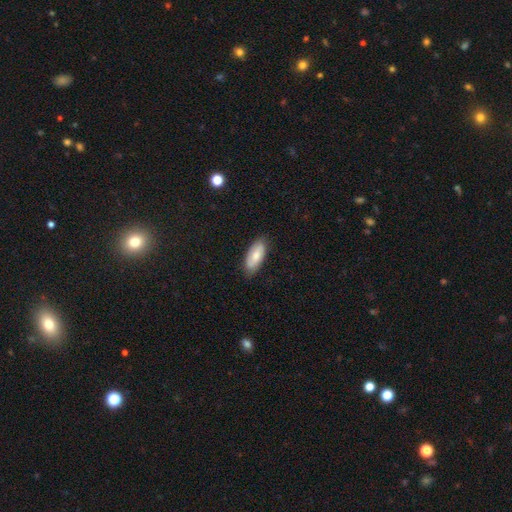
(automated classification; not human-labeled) Smooth or featured? Predicted: smooth (p=0.68). How rounded? Predicted: in between (p=0.87). Merging? Predicted: none (p=0.82).